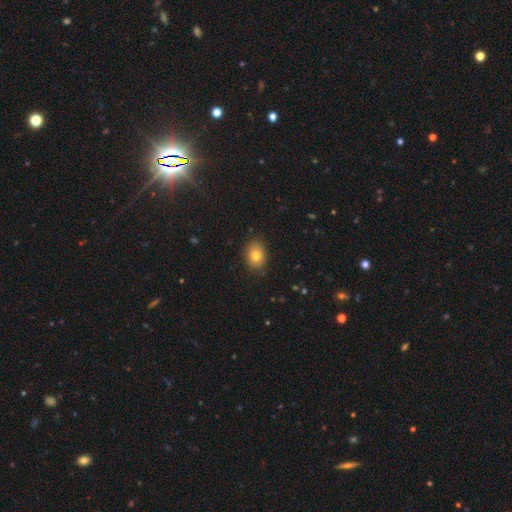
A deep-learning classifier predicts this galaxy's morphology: smooth-or-featured: smooth: 80% | featured or disk: 11% | star or artifact: 10%
  how-rounded: in between: 66% | round: 33% | cigar-shaped: 1%
  merging: none: 85% | minor disturbance: 12% | major disturbance: 2% | merger: 1%